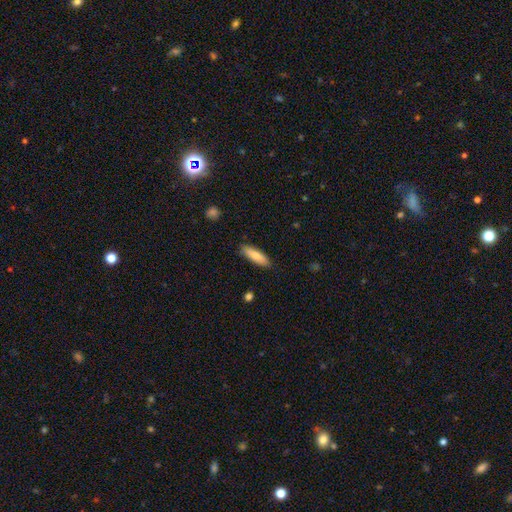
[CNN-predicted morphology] A smooth galaxy with no disk features (80%) that is cigar-shaped (58%). Merging: none (87%).